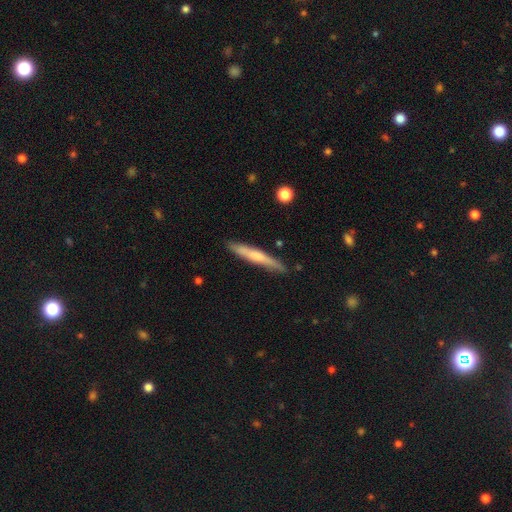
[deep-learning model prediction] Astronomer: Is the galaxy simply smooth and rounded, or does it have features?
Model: smooth — 54% (runner-up: featured or disk, 40%).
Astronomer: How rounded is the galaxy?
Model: cigar-shaped — 94%.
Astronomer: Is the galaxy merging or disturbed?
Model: none — 86%.